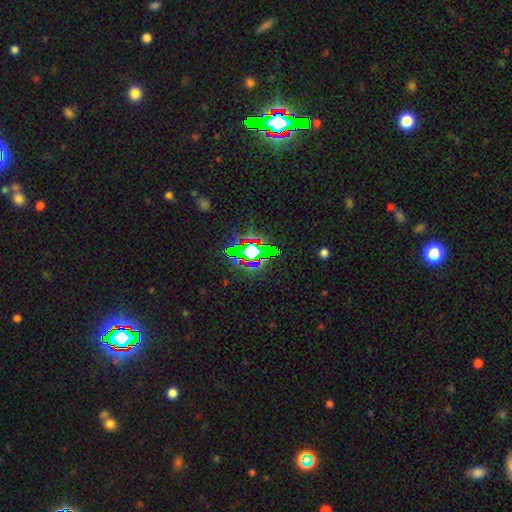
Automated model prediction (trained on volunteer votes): smooth-or-featured: star or artifact: 72% | smooth: 15% | featured or disk: 13%